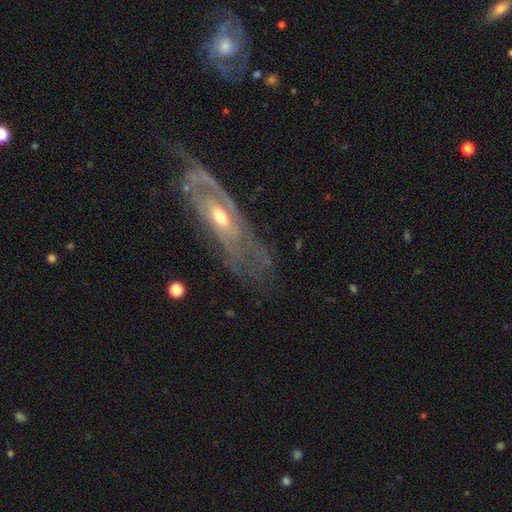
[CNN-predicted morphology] The model was most divided on "bulge size": moderate: 55%, small: 41%, large: 3%, none: 1%, dominant: 1%. More confident: smooth or featured — featured or disk (82%); spiral arms — yes (79%); edge-on disk — no (79%); merging — none (62%); bar — no (61%); spiral winding — tight (56%); spiral arm count — can't tell (52%).